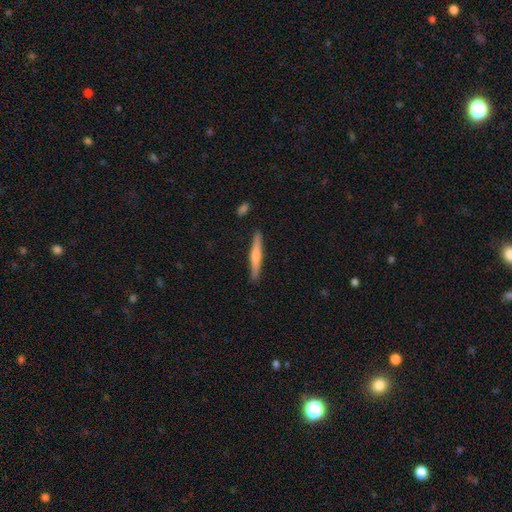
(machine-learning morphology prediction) Overall: smooth (50%; featured or disk 45%). Merging: none (89%).